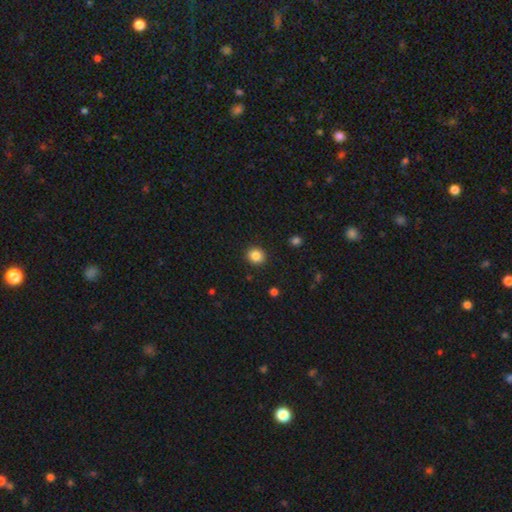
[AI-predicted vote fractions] Morphology: type=smooth (86%); roundness=round (81%); merging=none (91%).